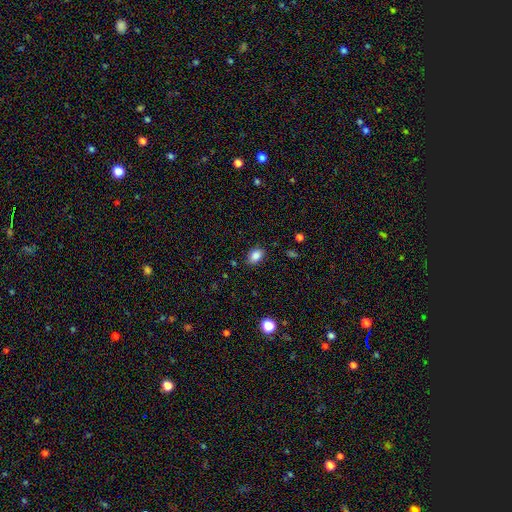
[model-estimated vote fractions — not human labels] smooth_or_featured: smooth (p=0.86) [alt: star or artifact p=0.09]
how_rounded: in between (p=0.79) [alt: round p=0.20]
merging: none (p=0.85) [alt: minor disturbance p=0.11]